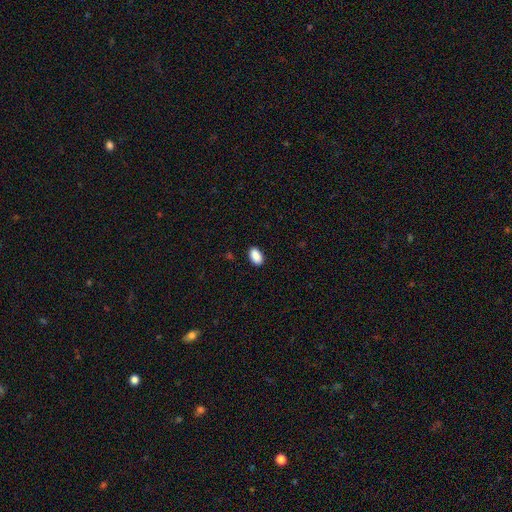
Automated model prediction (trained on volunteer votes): A smooth galaxy with no disk features (90%) that is in between round and cigar-shaped (93%).

Vote fractions:
- Smooth or featured? smooth: 90% / star or artifact: 7% / featured or disk: 2%
- How rounded? in between: 93% / round: 6% / cigar-shaped: 2%
- Merging? none: 89% / minor disturbance: 8% / major disturbance: 2% / merger: 1%